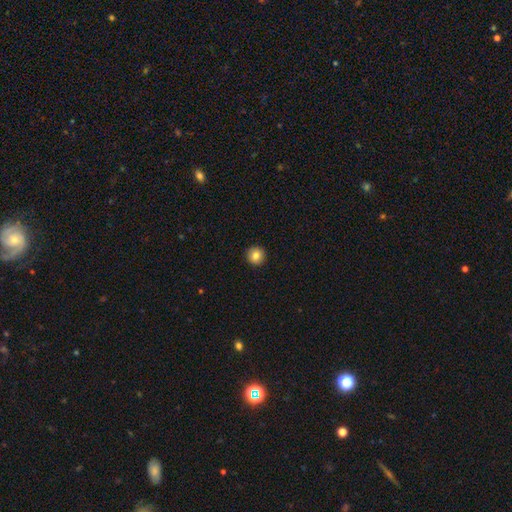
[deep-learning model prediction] Morphology: type=smooth (84%); roundness=round (96%); merging=none (94%).